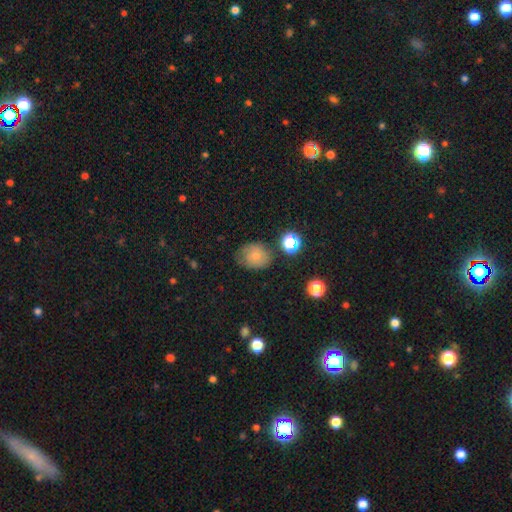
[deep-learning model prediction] A smooth galaxy with no disk features (73%) that is round (52%).

Vote fractions:
- Smooth or featured? smooth: 73% / star or artifact: 14% / featured or disk: 13%
- How rounded? round: 52% / in between: 47% / cigar-shaped: 1%
- Merging? none: 64% / minor disturbance: 24% / major disturbance: 8% / merger: 4%